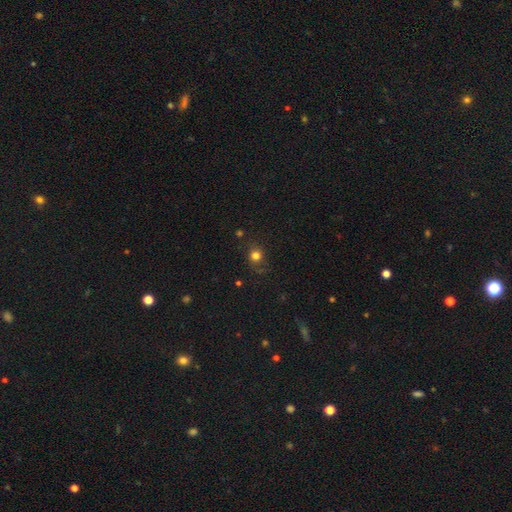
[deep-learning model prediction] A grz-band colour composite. It shows a smooth galaxy with no disk features (75%) that is round (83%). Merging: none (73%).